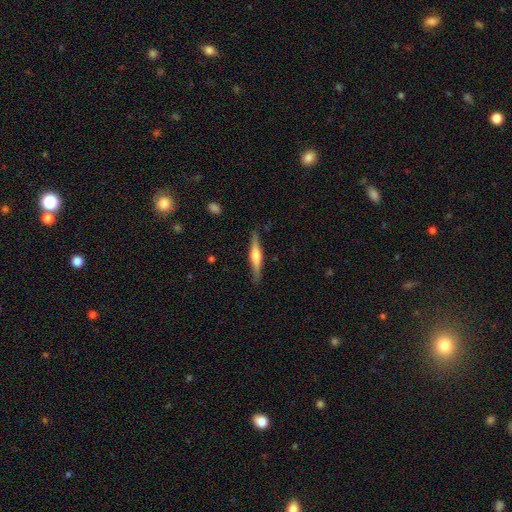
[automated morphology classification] Smooth or featured: featured or disk — 62% (smooth — 33%)
Edge-on disk: yes — 97% (no — 3%)
Edge-on bulge: rounded — 77% (boxy — 16%)
Merging: none — 86% (minor disturbance — 10%)